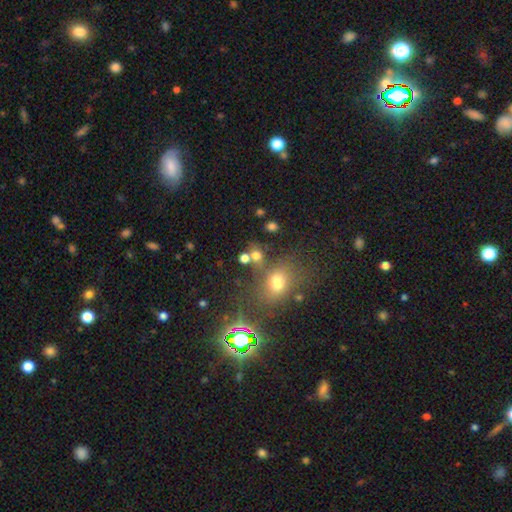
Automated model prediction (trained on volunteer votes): Morphology: type=smooth (68%); roundness=round (68%); merging=none (60%).